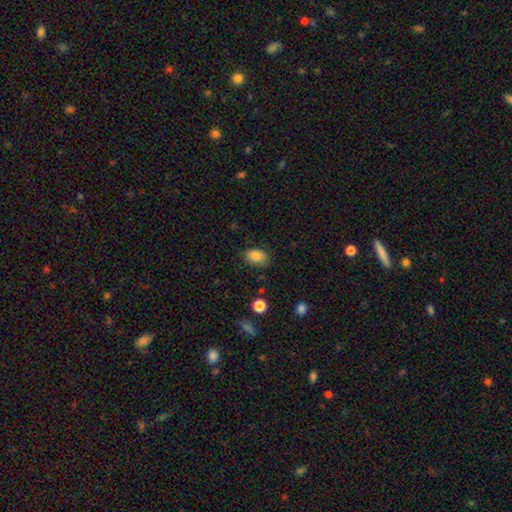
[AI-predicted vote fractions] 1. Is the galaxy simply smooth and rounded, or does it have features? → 84% smooth, 9% star or artifact, 6% featured or disk.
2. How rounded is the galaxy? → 84% in between, 15% round, 1% cigar-shaped.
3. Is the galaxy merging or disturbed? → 75% none, 19% minor disturbance, 4% major disturbance, 2% merger.